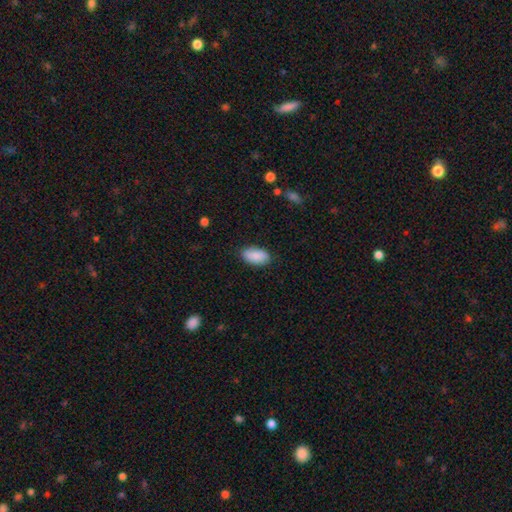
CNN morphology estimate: Smooth or featured? Predicted: smooth (p=0.89). How rounded? Predicted: in between (p=0.94). Merging? Predicted: none (p=0.84).